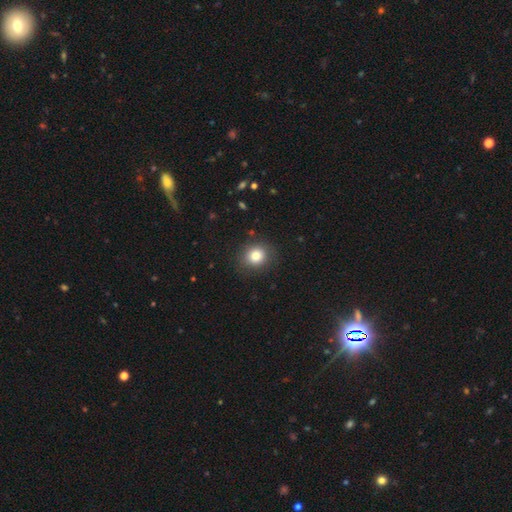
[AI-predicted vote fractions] Smooth or featured?
  - smooth: 81% *
  - star or artifact: 11%
  - featured or disk: 8%
How rounded?
  - round: 79% *
  - in between: 20%
  - cigar-shaped: 1%
Merging?
  - none: 86% *
  - minor disturbance: 9%
  - major disturbance: 3%
  - merger: 1%